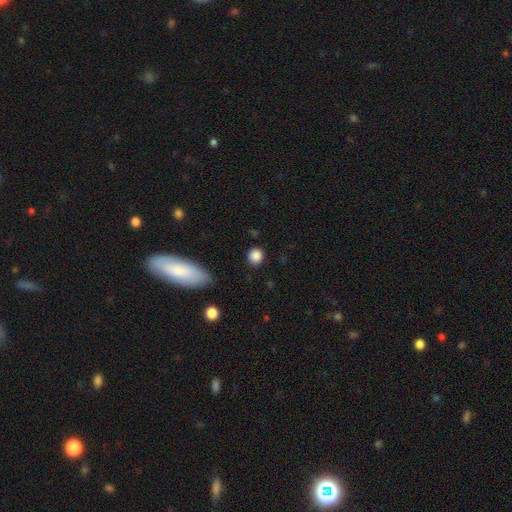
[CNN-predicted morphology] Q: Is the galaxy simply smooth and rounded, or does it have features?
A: smooth — 86%.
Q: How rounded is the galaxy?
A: round — 88%.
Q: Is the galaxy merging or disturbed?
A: none — 87%.